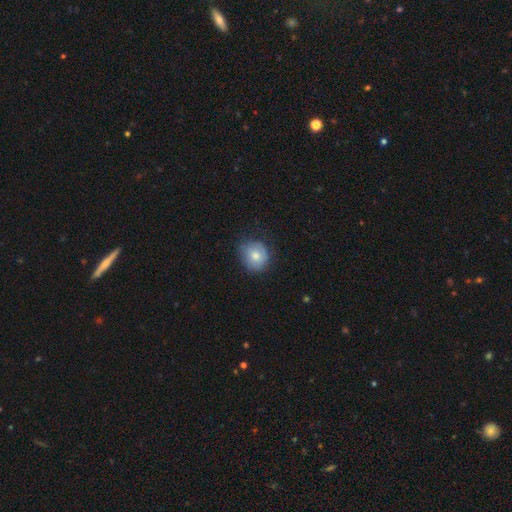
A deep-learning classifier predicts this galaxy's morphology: Q: Smooth or featured?
A: smooth (75%); runner-up: featured or disk (17%)
Q: How rounded?
A: round (81%); runner-up: in between (18%)
Q: Merging?
A: none (71%); runner-up: minor disturbance (23%)